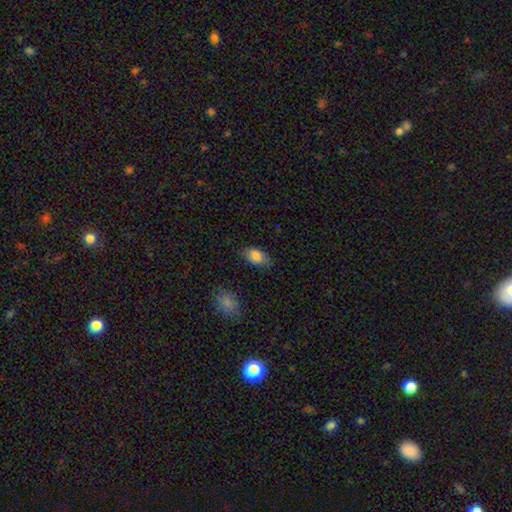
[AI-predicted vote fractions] Overall: smooth (85%). How rounded: in between (91%). Merging: none (79%).